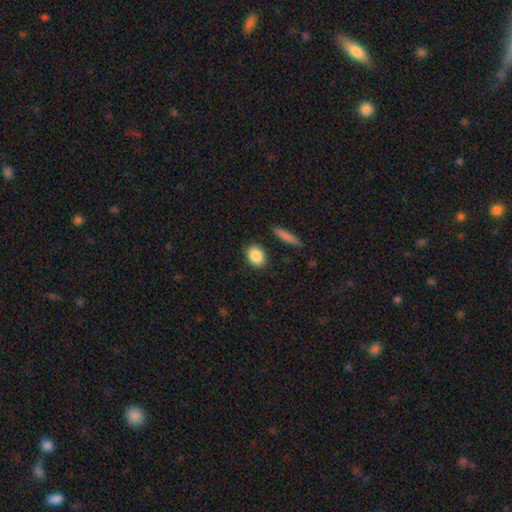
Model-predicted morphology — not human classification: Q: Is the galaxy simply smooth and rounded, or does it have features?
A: smooth — 87%.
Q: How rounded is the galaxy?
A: in between — 58%.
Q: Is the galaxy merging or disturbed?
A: none — 87%.